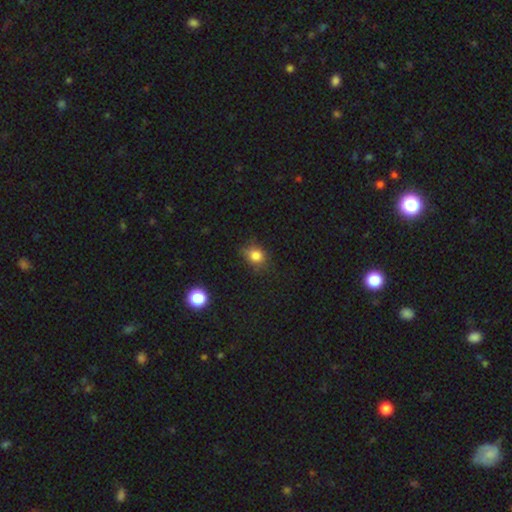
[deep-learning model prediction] The model was most divided on "how rounded": round: 59%, in between: 40%, cigar-shaped: 1%. More confident: smooth or featured — smooth (81%); merging — none (68%).